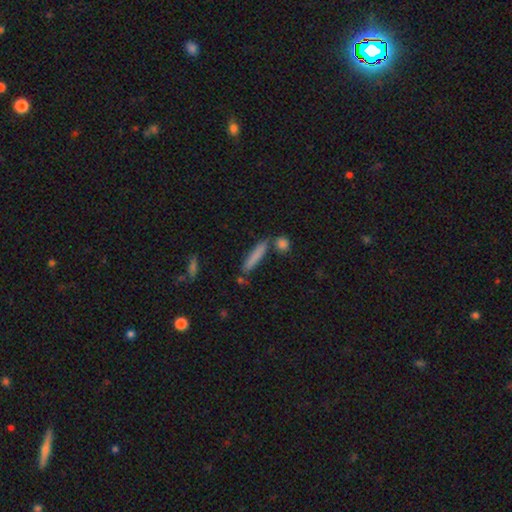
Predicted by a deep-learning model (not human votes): Morphology: type=smooth (77%); roundness=cigar-shaped (90%); merging=none (77%).